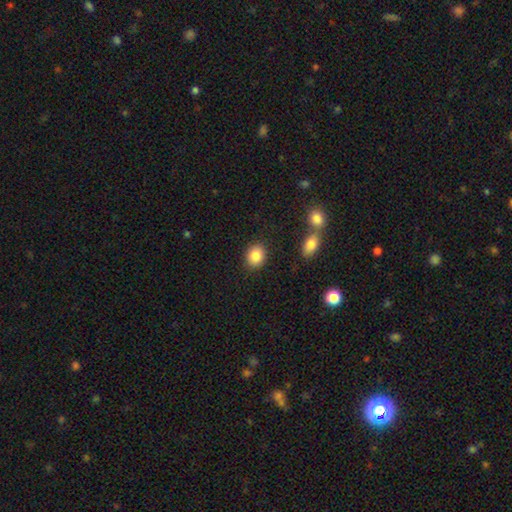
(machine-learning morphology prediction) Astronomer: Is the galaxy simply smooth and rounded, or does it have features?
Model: smooth — 86%.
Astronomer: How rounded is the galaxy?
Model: in between — 50% (runner-up: round, 49%).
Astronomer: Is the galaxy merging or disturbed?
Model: none — 87%.